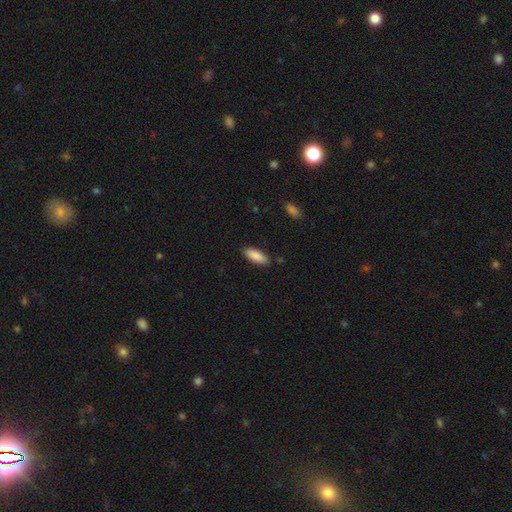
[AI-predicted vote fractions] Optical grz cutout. It shows a smooth galaxy with no disk features (88%) that is in between round and cigar-shaped (73%). Merging: none (87%).